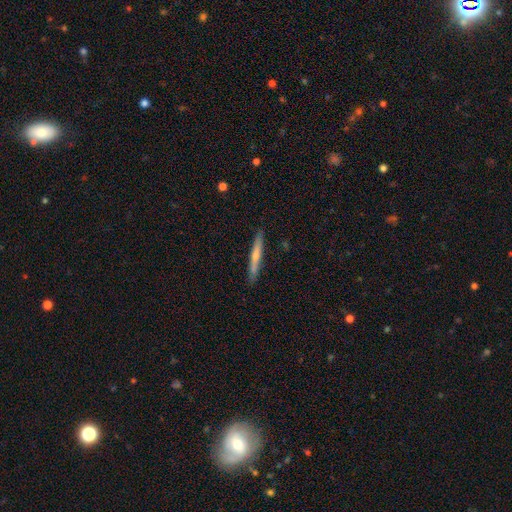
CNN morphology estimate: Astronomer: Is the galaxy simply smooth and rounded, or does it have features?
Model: smooth — 51% (runner-up: featured or disk, 43%).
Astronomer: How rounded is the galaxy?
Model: cigar-shaped — 95%.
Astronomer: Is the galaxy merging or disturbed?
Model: none — 87%.